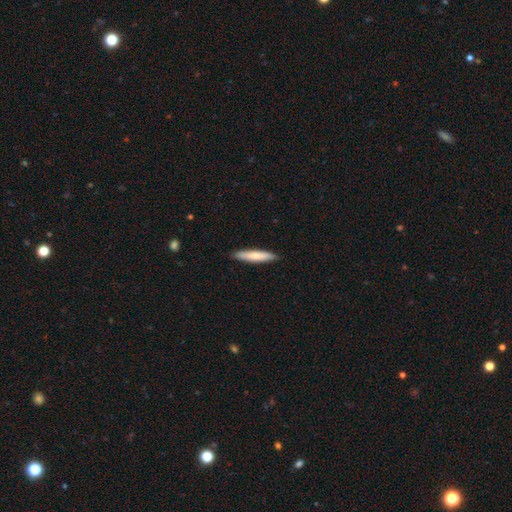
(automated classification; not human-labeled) Smooth or featured? smooth (75%)
How rounded? cigar-shaped (89%)
Merging? none (91%)